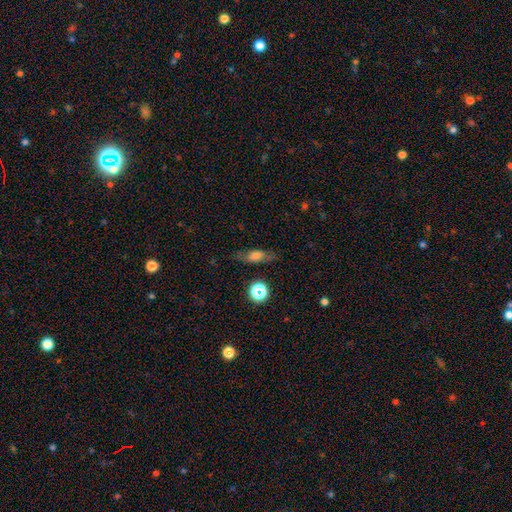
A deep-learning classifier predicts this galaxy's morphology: A smooth galaxy with no disk features (59%) that is in between round and cigar-shaped (59%).

Vote fractions:
- Smooth or featured? smooth: 59% / featured or disk: 28% / star or artifact: 13%
- How rounded? in between: 59% / cigar-shaped: 30% / round: 11%
- Merging? none: 74% / minor disturbance: 17% / major disturbance: 6% / merger: 3%